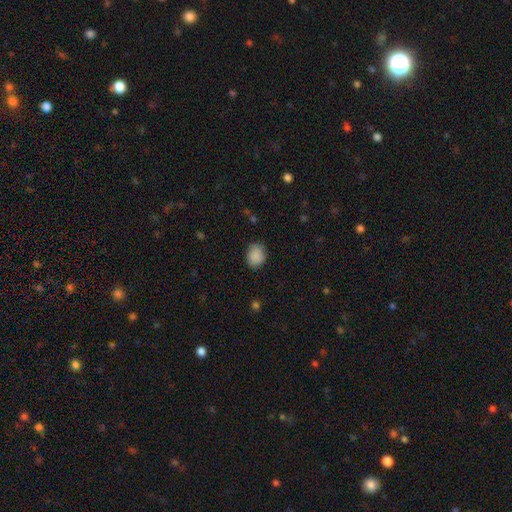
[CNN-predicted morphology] smooth 88%, star or artifact 8%, featured or disk 4%. Down the decision tree: how rounded — round (51%); merging — none (79%).